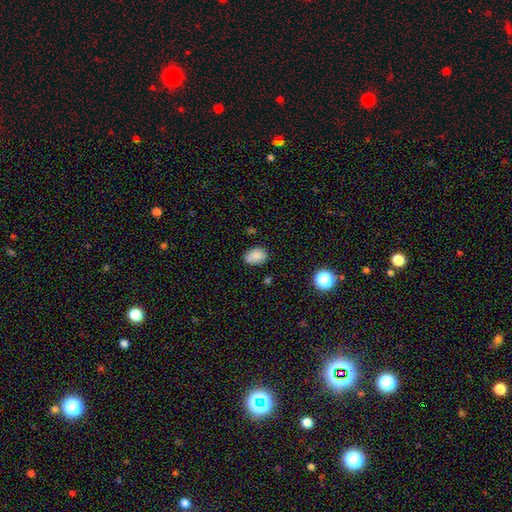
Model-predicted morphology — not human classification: smooth_or_featured: smooth (p=0.82) [alt: star or artifact p=0.09]
how_rounded: in between (p=0.77) [alt: round p=0.22]
merging: none (p=0.72) [alt: minor disturbance p=0.20]